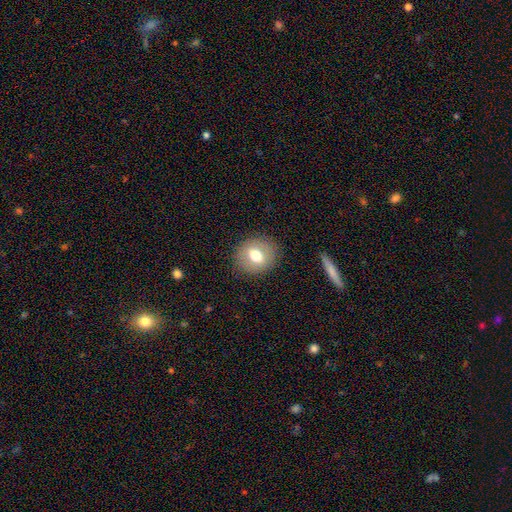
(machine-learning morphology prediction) The model was most divided on "smooth or featured": smooth: 68%, featured or disk: 23%, star or artifact: 9%. More confident: merging — none (87%); how rounded — round (75%).